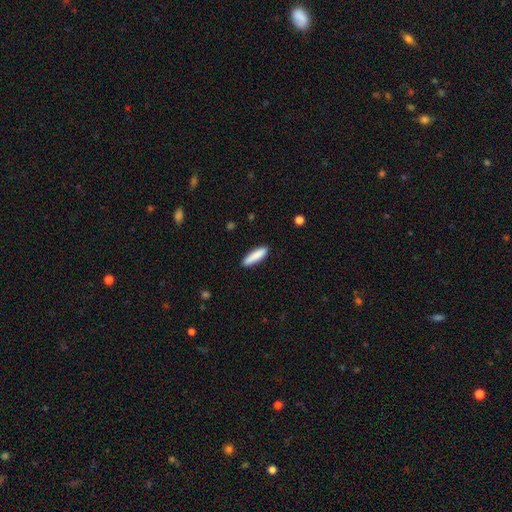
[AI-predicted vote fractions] Morphology: type=smooth (87%); roundness=cigar-shaped (74%); merging=none (88%).